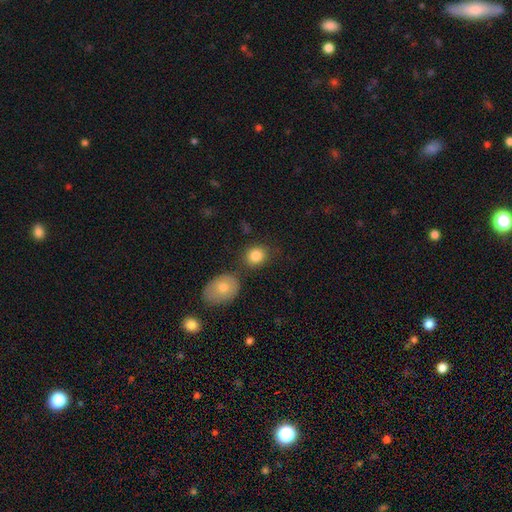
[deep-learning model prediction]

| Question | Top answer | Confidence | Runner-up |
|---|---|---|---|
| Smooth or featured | smooth | 84% | star or artifact (9%) |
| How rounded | round | 65% | in between (34%) |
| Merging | none | 68% | merger (15%) |